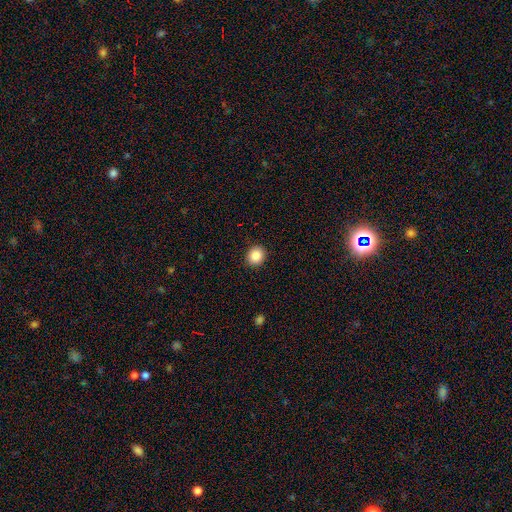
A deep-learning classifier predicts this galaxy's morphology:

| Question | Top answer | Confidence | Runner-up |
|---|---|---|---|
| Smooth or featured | smooth | 87% | star or artifact (9%) |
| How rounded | round | 82% | in between (17%) |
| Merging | none | 91% | minor disturbance (6%) |